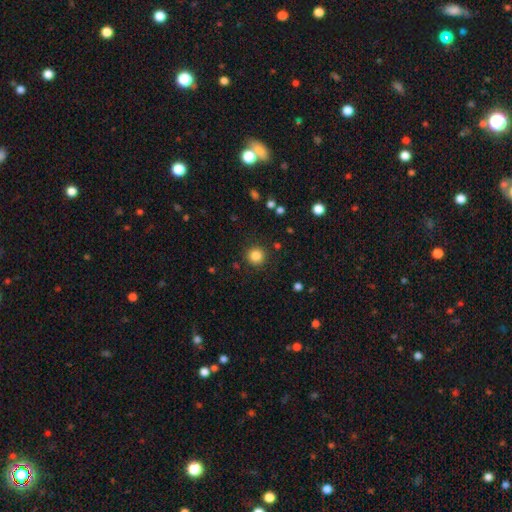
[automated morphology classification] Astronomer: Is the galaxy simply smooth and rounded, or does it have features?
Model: smooth — 84%.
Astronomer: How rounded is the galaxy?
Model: round — 94%.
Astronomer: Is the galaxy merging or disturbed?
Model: none — 89%.